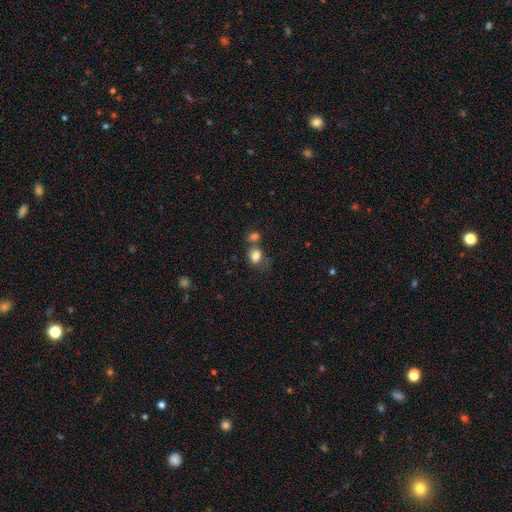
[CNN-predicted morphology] Smooth or featured: smooth — 81% (star or artifact — 11%)
How rounded: in between — 55% (round — 44%)
Merging: none — 42% (merger — 35%)